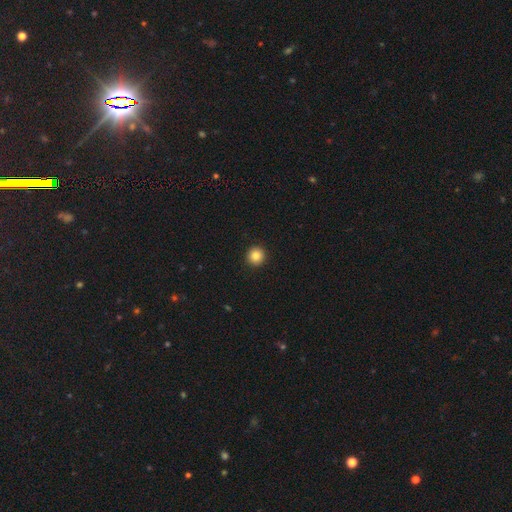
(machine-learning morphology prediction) Q: Smooth or featured?
A: smooth (85%); runner-up: star or artifact (10%)
Q: How rounded?
A: round (95%); runner-up: in between (4%)
Q: Merging?
A: none (94%); runner-up: minor disturbance (4%)